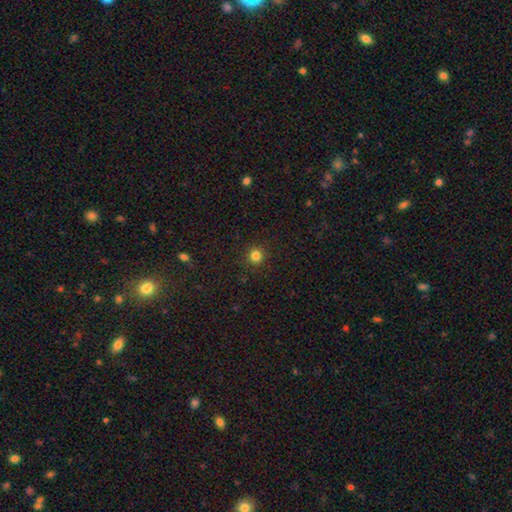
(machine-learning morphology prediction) Smooth or featured: smooth — 82% (star or artifact — 13%)
How rounded: round — 95% (in between — 4%)
Merging: none — 92% (minor disturbance — 5%)